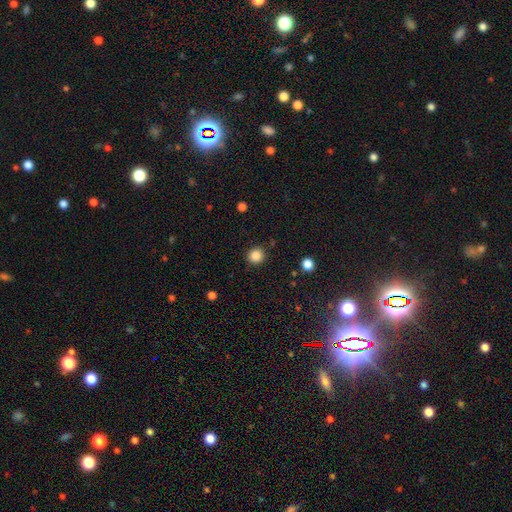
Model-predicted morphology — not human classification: Smooth or featured? smooth (86%)
How rounded? round (91%)
Merging? none (90%)